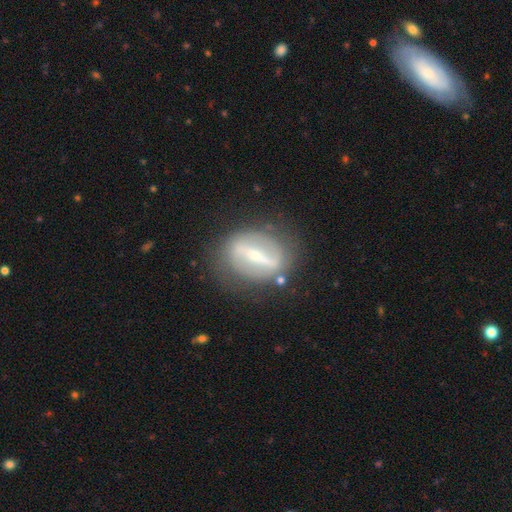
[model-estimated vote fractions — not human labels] Morphology: type=featured or disk (75%); edge-on=no (83%); bar=strong (81%); spiral arms=no (60%); bulge=small (50%); merging=none (76%).